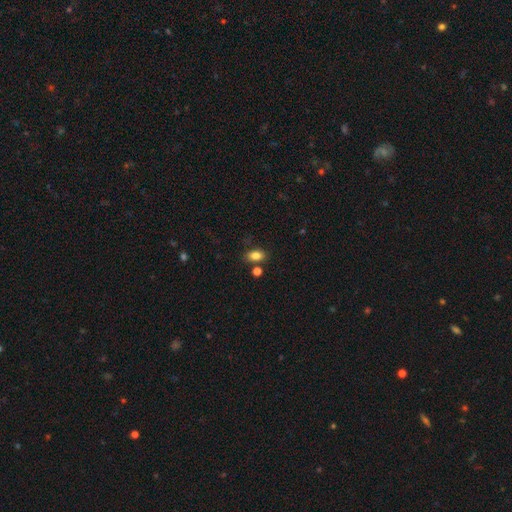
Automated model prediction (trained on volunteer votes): A smooth galaxy with no disk features (83%) that is in between round and cigar-shaped (86%). Merging: none (77%).